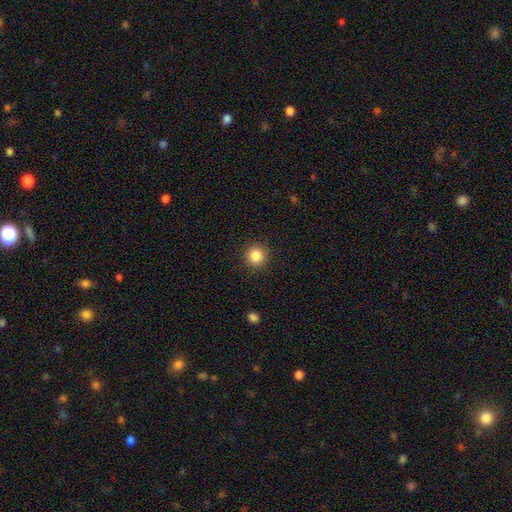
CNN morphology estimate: Smooth or featured?
  - smooth: 85% *
  - star or artifact: 10%
  - featured or disk: 4%
How rounded?
  - round: 94% *
  - in between: 5%
  - cigar-shaped: 1%
Merging?
  - none: 91% *
  - minor disturbance: 6%
  - major disturbance: 2%
  - merger: 1%